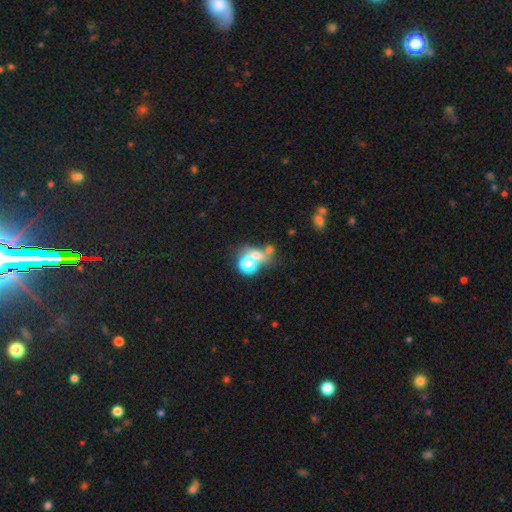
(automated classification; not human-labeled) This appears to be a smooth galaxy with no disk features (52%) that is round (65%). Merging: none (44%).